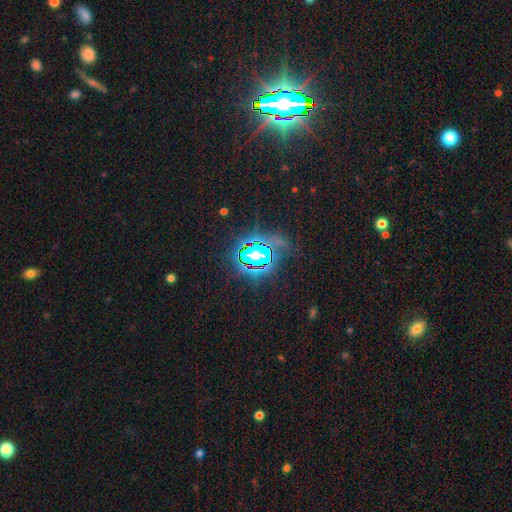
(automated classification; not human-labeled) Overall: star or artifact (69%).